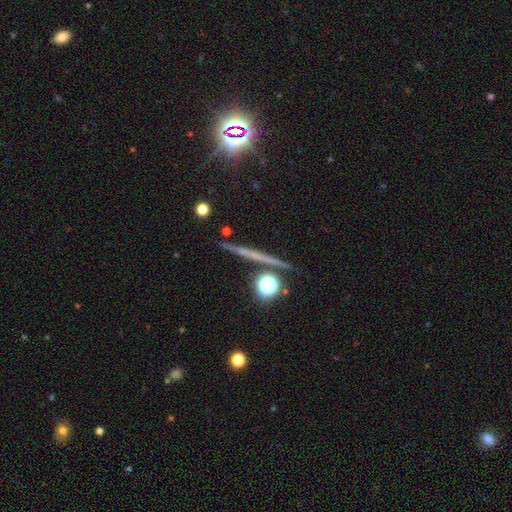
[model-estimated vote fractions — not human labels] The model was most divided on "smooth or featured": featured or disk: 51%, smooth: 27%, star or artifact: 21%. More confident: edge-on disk — yes (95%); merging — none (88%).